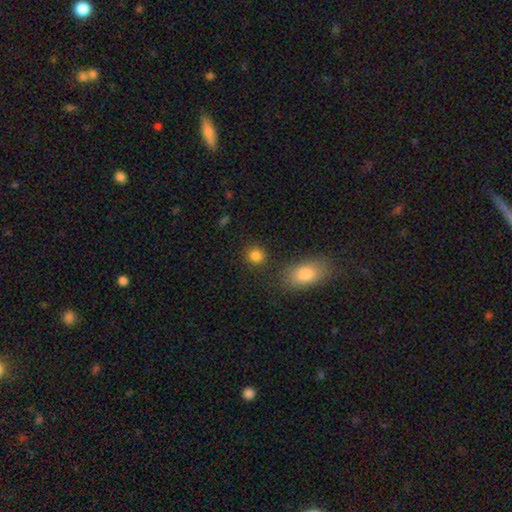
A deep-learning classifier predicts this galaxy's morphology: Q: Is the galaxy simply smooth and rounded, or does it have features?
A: smooth — 85%.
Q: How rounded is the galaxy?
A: round — 81%.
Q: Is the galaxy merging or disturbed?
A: none — 82%.